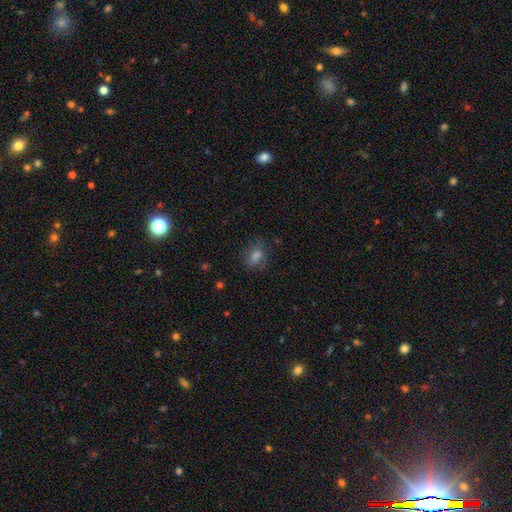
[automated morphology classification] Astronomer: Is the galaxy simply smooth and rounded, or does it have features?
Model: smooth — 67%.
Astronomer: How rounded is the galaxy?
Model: in between — 70%.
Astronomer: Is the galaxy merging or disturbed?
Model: none — 73%.